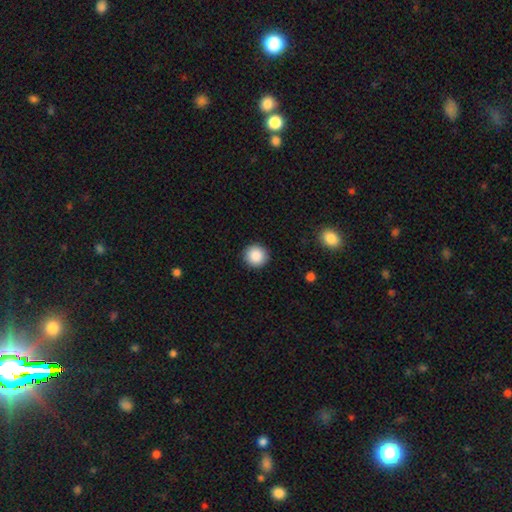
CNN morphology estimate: Smooth or featured? smooth (88%)
How rounded? round (95%)
Merging? none (92%)